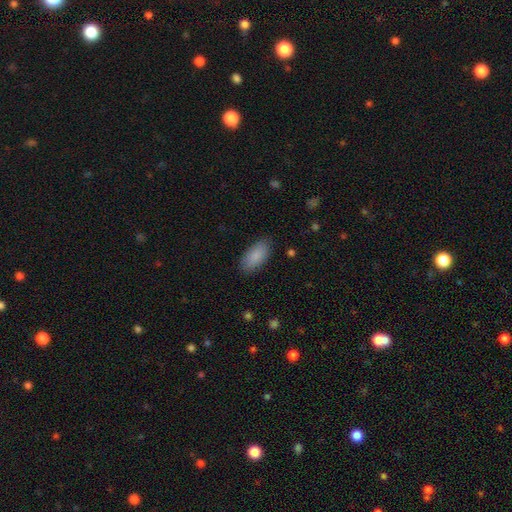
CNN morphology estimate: Smooth or featured? Predicted: smooth (p=0.88). How rounded? Predicted: in between (p=0.91). Merging? Predicted: none (p=0.86).